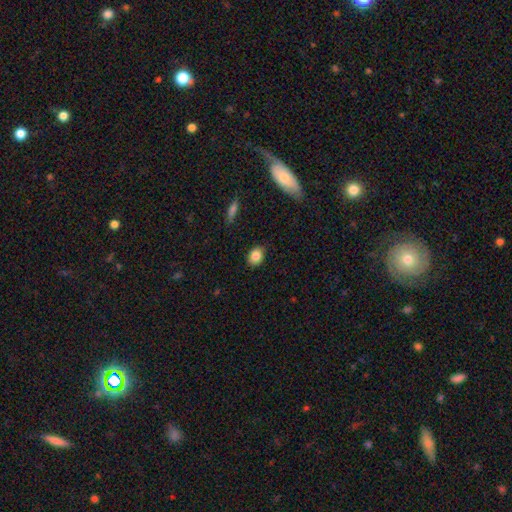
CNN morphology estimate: smooth 85%, star or artifact 9%, featured or disk 6%. Down the decision tree: how rounded — in between (59%); merging — none (83%).